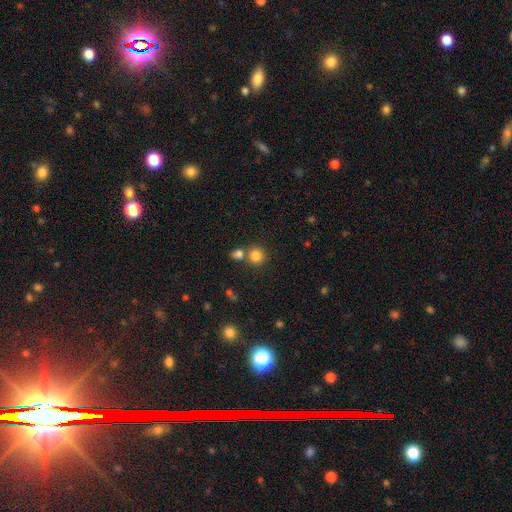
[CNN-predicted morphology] Smooth or featured?
  - smooth: 82% *
  - star or artifact: 12%
  - featured or disk: 6%
How rounded?
  - round: 89% *
  - in between: 10%
  - cigar-shaped: 1%
Merging?
  - none: 62% *
  - merger: 27%
  - minor disturbance: 7%
  - major disturbance: 3%